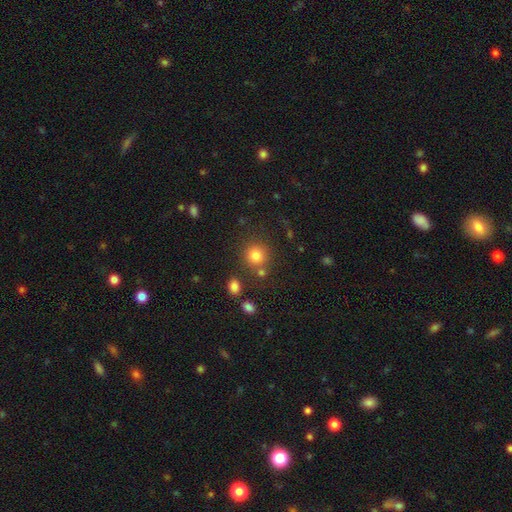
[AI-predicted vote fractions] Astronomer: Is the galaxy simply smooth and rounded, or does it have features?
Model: smooth — 80%.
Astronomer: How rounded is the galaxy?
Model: round — 89%.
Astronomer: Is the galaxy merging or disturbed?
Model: none — 77%.